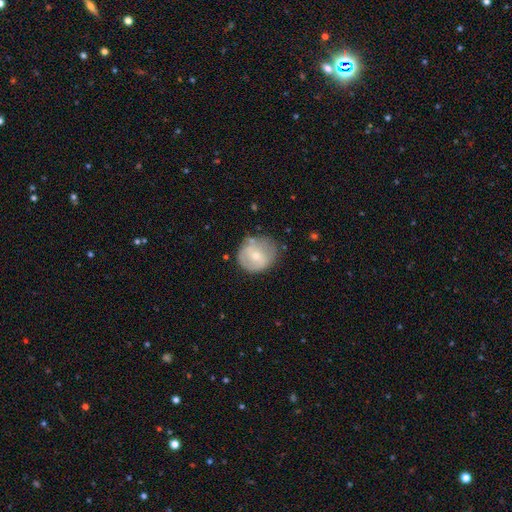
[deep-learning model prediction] Smooth or featured: smooth — 54% (featured or disk — 39%)
How rounded: round — 74% (in between — 25%)
Merging: none — 60% (minor disturbance — 26%)